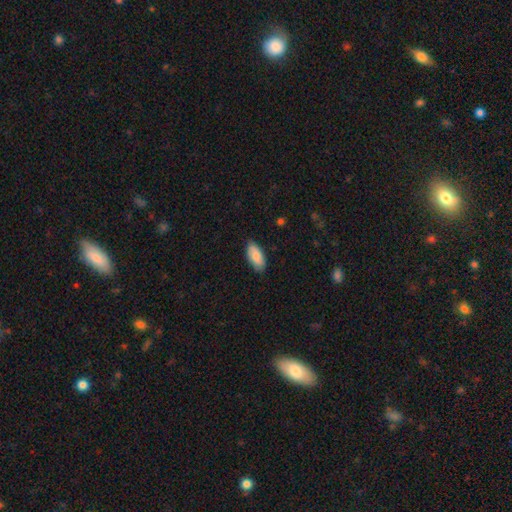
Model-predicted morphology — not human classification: smooth 82%, featured or disk 12%, star or artifact 6%. Down the decision tree: how rounded — in between (93%); merging — none (83%).